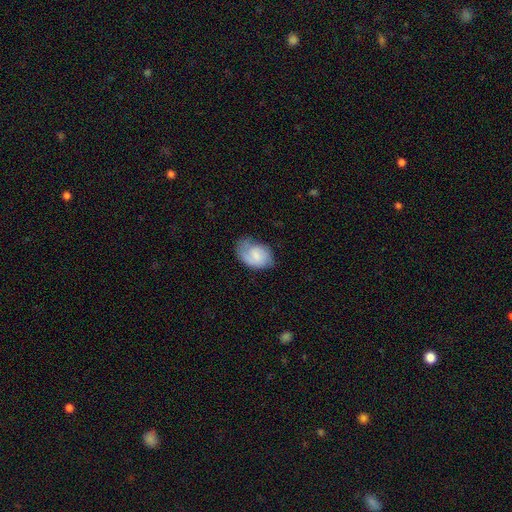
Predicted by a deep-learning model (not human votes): This appears to be a smooth galaxy with no disk features (56%) that is in between round and cigar-shaped (80%). Merging: none (42%).